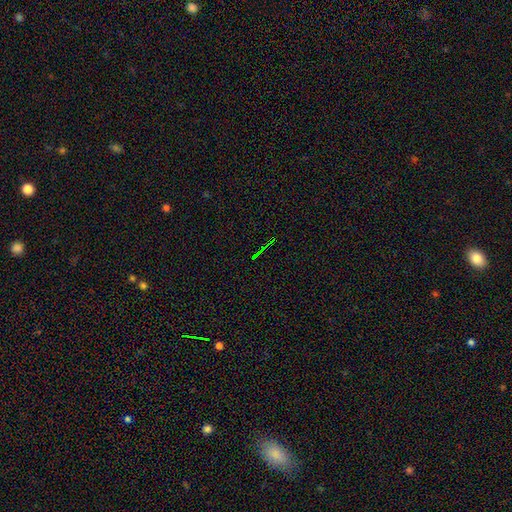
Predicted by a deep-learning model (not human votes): Q: Smooth or featured?
A: star or artifact (77%); runner-up: featured or disk (11%)